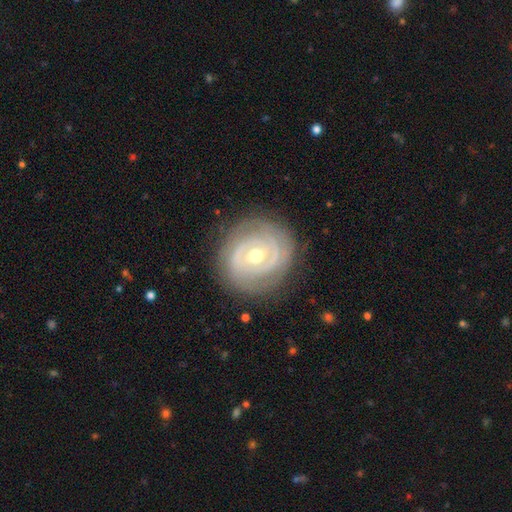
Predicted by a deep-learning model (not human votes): Smooth or featured: featured or disk — 84% (smooth — 11%)
Edge-on disk: no — 97% (yes — 3%)
Bar: no — 52% (weak — 34%)
Spiral arms: yes — 87% (no — 13%)
Spiral winding: tight — 79% (medium — 17%)
Spiral arm count: 2 — 44% (can't tell — 27%)
Bulge size: moderate — 62% (small — 34%)
Merging: none — 82% (minor disturbance — 12%)